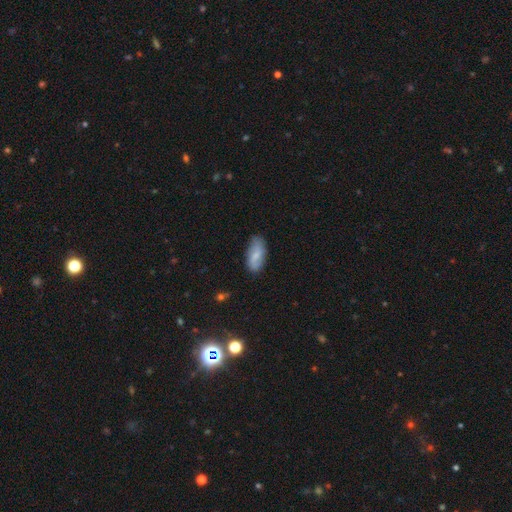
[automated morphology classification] Q: Smooth or featured?
A: smooth (68%); runner-up: featured or disk (26%)
Q: How rounded?
A: in between (90%); runner-up: cigar-shaped (8%)
Q: Merging?
A: none (75%); runner-up: minor disturbance (20%)